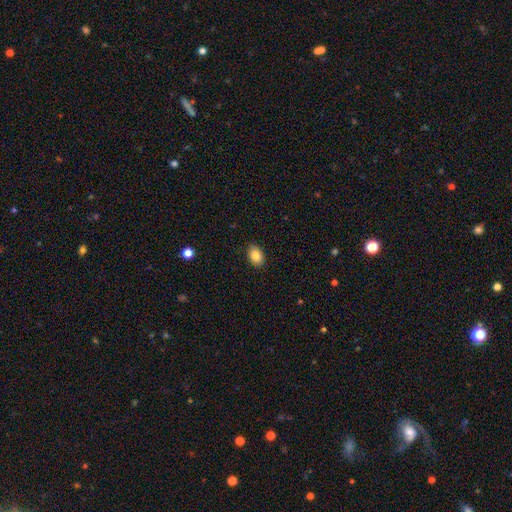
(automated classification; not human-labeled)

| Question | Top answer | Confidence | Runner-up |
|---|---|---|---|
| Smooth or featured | smooth | 87% | star or artifact (8%) |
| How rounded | in between | 81% | round (18%) |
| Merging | none | 87% | minor disturbance (10%) |